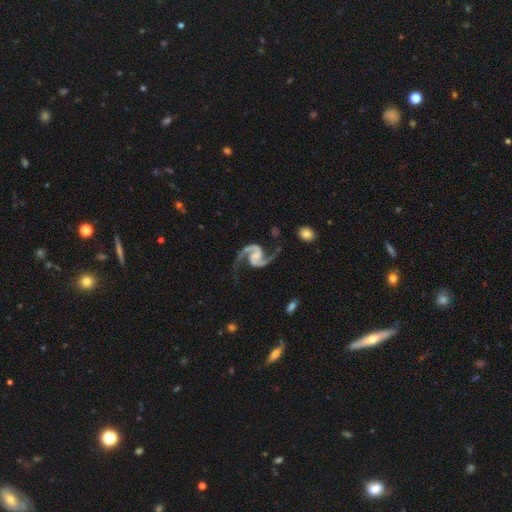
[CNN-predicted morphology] The model was most divided on "bulge size": small: 35%, none: 30%, moderate: 27%, large: 6%, dominant: 2%. More confident: spiral arms — yes (99%); edge-on disk — no (99%); spiral arm count — 2 (95%); smooth or featured — featured or disk (95%); merging — none (74%); spiral winding — medium (62%); bar — no (51%).